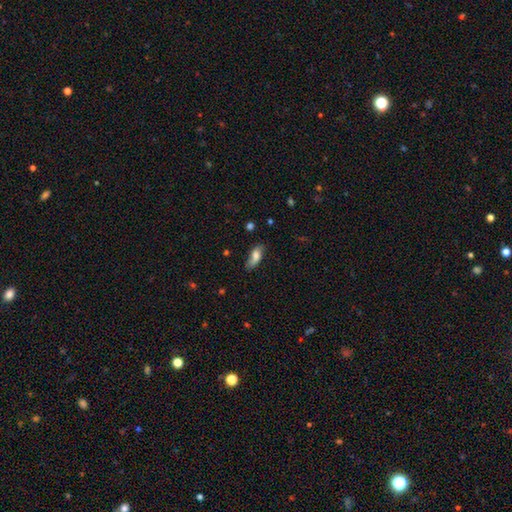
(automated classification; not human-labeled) smooth-or-featured: smooth: 72% | featured or disk: 20% | star or artifact: 8%
  how-rounded: in between: 77% | cigar-shaped: 20% | round: 3%
  merging: none: 63% | minor disturbance: 27% | major disturbance: 8% | merger: 3%